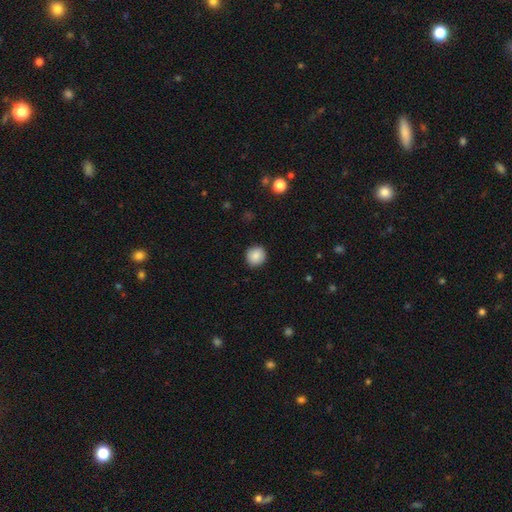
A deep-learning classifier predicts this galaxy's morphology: Q: Smooth or featured?
A: smooth (87%); runner-up: star or artifact (8%)
Q: How rounded?
A: round (91%); runner-up: in between (9%)
Q: Merging?
A: none (91%); runner-up: minor disturbance (7%)